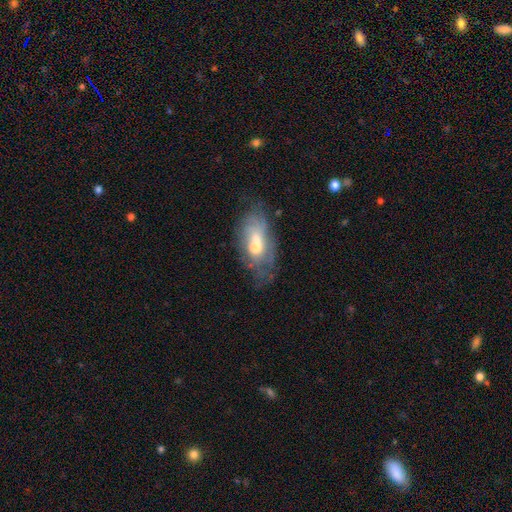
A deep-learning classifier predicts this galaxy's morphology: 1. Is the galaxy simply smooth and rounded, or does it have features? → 44% smooth, 40% featured or disk, 16% star or artifact.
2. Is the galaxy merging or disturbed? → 82% none, 12% minor disturbance, 4% major disturbance, 2% merger.